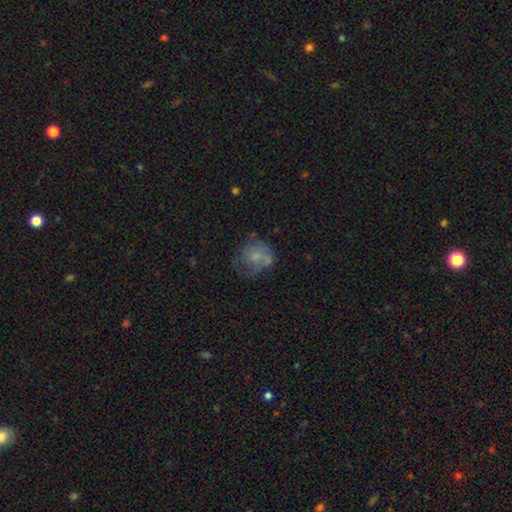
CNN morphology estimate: type=smooth (59%); roundness=round (75%); merging=none (41%).